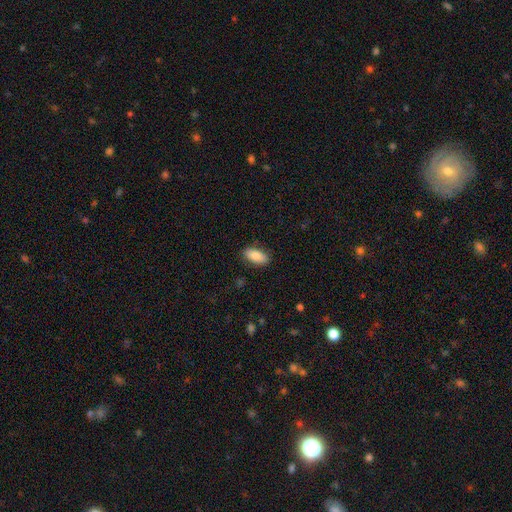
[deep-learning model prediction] smooth-or-featured: smooth: 85% | featured or disk: 9% | star or artifact: 7%
  how-rounded: in between: 89% | cigar-shaped: 8% | round: 2%
  merging: none: 87% | minor disturbance: 10% | major disturbance: 2% | merger: 1%